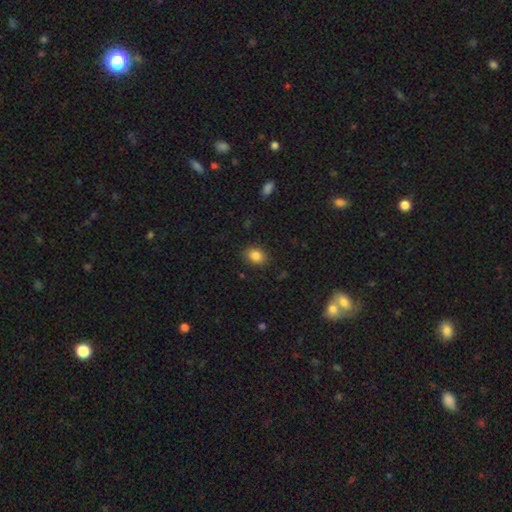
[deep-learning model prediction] Smooth or featured?
  - smooth: 85% *
  - star or artifact: 9%
  - featured or disk: 5%
How rounded?
  - in between: 66% *
  - round: 33%
  - cigar-shaped: 1%
Merging?
  - none: 87% *
  - minor disturbance: 10%
  - major disturbance: 3%
  - merger: 1%